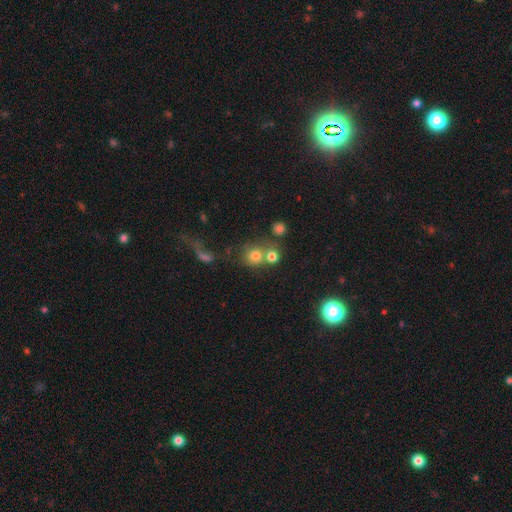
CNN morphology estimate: A smooth galaxy with no disk features (73%) that is round (82%).

Vote fractions:
- Smooth or featured? smooth: 73% / star or artifact: 14% / featured or disk: 12%
- How rounded? round: 82% / in between: 16% / cigar-shaped: 1%
- Merging? none: 47% / merger: 35% / minor disturbance: 10% / major disturbance: 8%